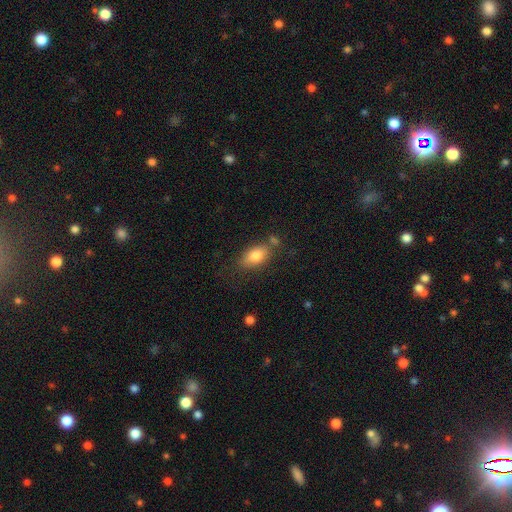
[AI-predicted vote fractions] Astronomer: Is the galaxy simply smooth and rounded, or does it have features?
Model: smooth — 80%.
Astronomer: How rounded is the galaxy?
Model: in between — 88%.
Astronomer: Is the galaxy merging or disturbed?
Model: none — 67%.